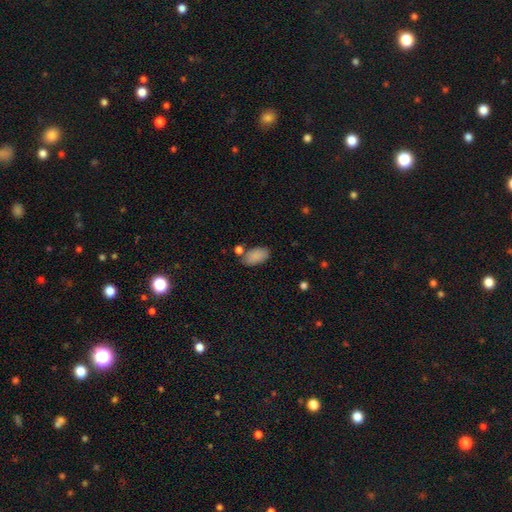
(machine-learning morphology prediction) This appears to be a smooth galaxy with no disk features (88%) that is in between round and cigar-shaped (94%). Merging: none (72%).